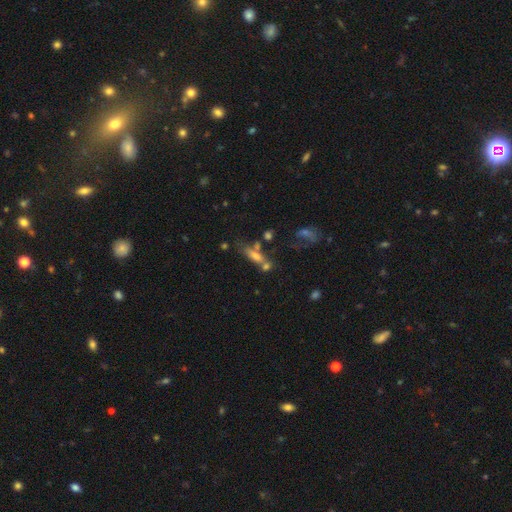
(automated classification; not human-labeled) Smooth or featured?
  - smooth: 53% *
  - featured or disk: 33%
  - star or artifact: 13%
How rounded?
  - in between: 51% *
  - cigar-shaped: 44%
  - round: 5%
Merging?
  - none: 38% *
  - merger: 33%
  - minor disturbance: 17%
  - major disturbance: 12%